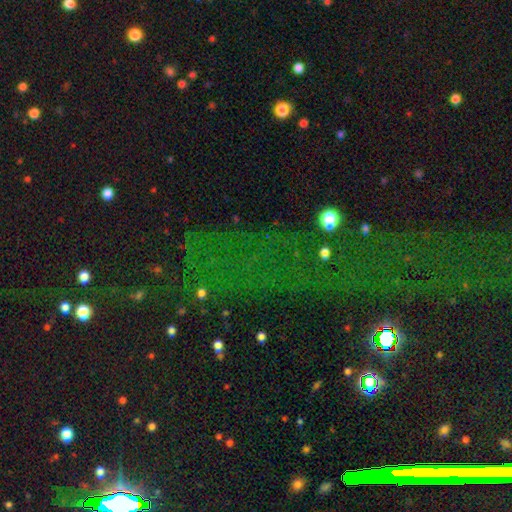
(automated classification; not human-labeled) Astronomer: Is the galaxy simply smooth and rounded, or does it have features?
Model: star or artifact — 72%.